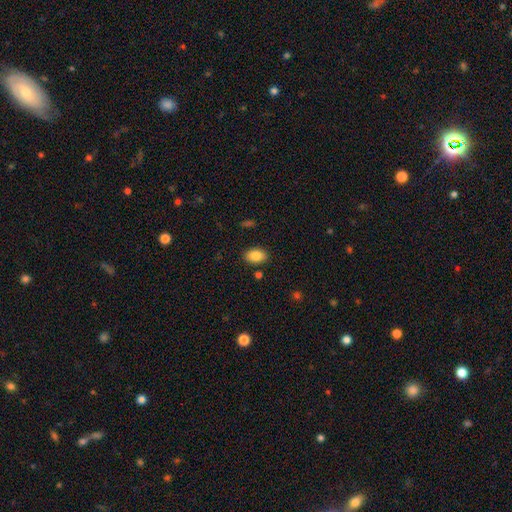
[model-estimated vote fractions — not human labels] The model was most divided on "how rounded": in between: 86%, round: 13%, cigar-shaped: 1%. More confident: smooth or featured — smooth (87%); merging — none (85%).